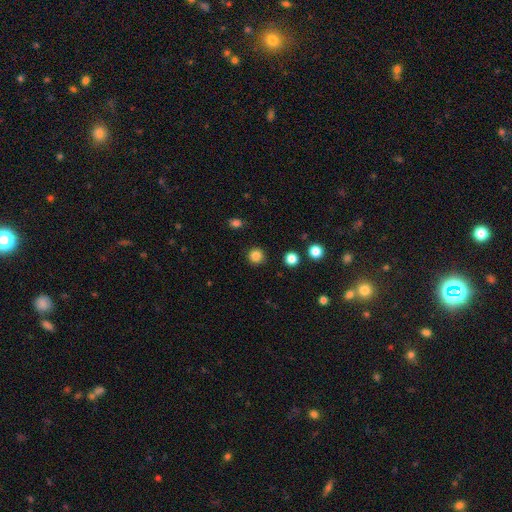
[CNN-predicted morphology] smooth_or_featured: smooth (p=0.84) [alt: star or artifact p=0.12]
how_rounded: round (p=0.95) [alt: in between p=0.04]
merging: none (p=0.91) [alt: minor disturbance p=0.05]